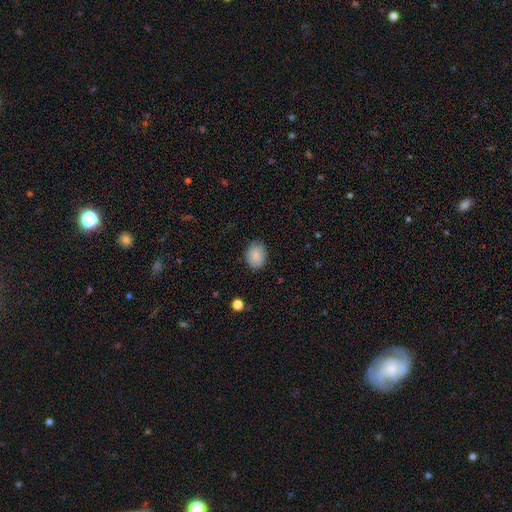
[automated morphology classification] Smooth or featured?
  - smooth: 86% *
  - star or artifact: 8%
  - featured or disk: 7%
How rounded?
  - in between: 57% *
  - round: 42%
  - cigar-shaped: 1%
Merging?
  - none: 79% *
  - minor disturbance: 17%
  - major disturbance: 3%
  - merger: 1%